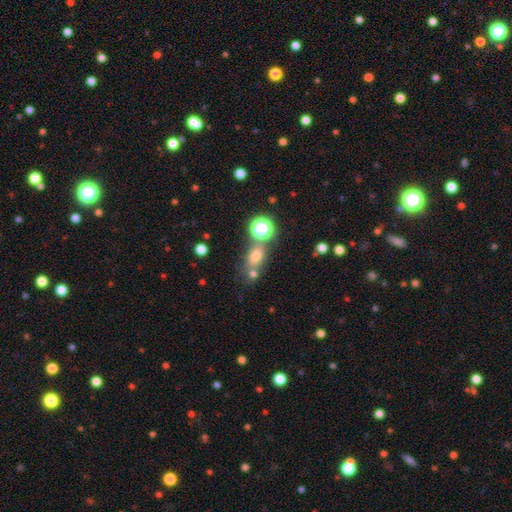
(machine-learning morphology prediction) Q: Smooth or featured?
A: smooth (65%); runner-up: star or artifact (23%)
Q: How rounded?
A: in between (59%); runner-up: round (37%)
Q: Merging?
A: none (58%); runner-up: merger (23%)